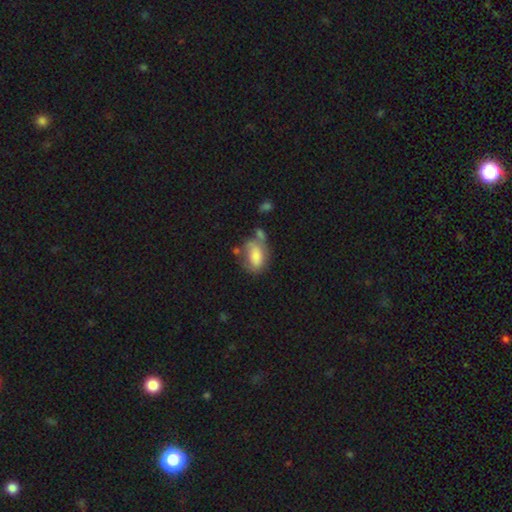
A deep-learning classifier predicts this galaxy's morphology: This is likely a smooth galaxy (69%). How rounded: clearly in between (85%). Merging: marginally none (34%).